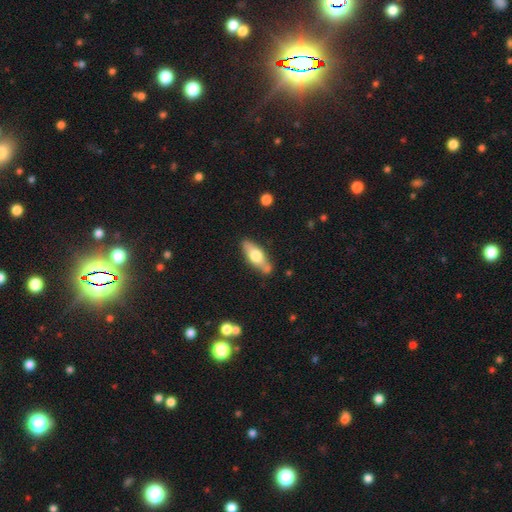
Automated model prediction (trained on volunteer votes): Smooth or featured: smooth — 57% (featured or disk — 37%)
How rounded: in between — 62% (cigar-shaped — 35%)
Merging: none — 72% (minor disturbance — 16%)